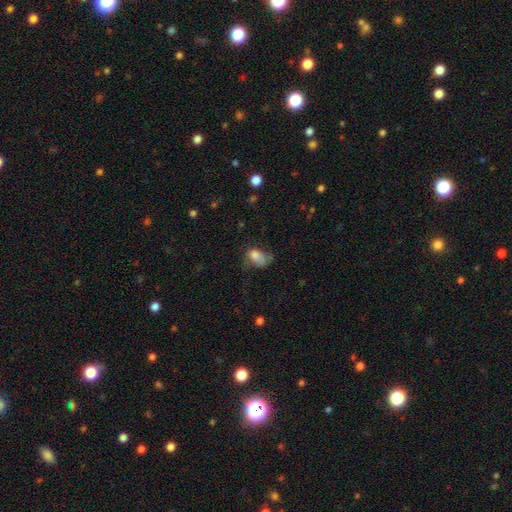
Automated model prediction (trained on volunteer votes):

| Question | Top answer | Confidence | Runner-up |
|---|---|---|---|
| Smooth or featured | smooth | 74% | featured or disk (15%) |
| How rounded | in between | 82% | round (16%) |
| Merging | none | 32% | major disturbance (31%) |